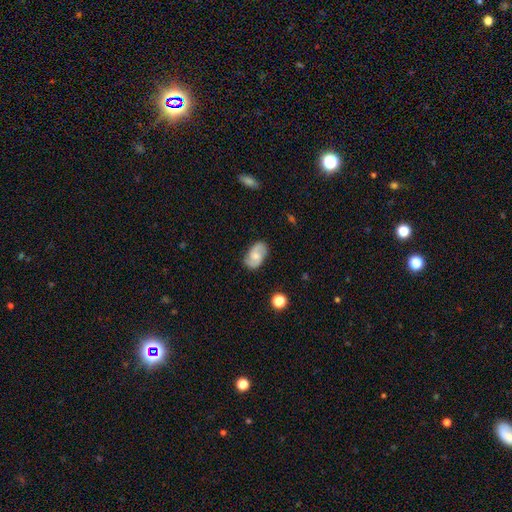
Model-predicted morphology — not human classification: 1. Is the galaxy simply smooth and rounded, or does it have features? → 60% featured or disk, 33% smooth, 7% star or artifact.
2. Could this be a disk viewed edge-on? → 96% no, 4% yes.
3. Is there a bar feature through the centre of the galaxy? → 56% no, 37% weak, 6% strong.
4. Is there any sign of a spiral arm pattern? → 92% yes, 8% no.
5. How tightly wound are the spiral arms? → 46% medium, 28% loose, 26% tight.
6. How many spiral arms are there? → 88% 2, 7% can't tell, 2% 1, 1% 3, 1% 4, 1% more than 4.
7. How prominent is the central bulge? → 45% moderate, 41% small, 9% none, 4% large, 1% dominant.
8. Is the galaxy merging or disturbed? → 80% none, 15% minor disturbance, 3% major disturbance, 1% merger.